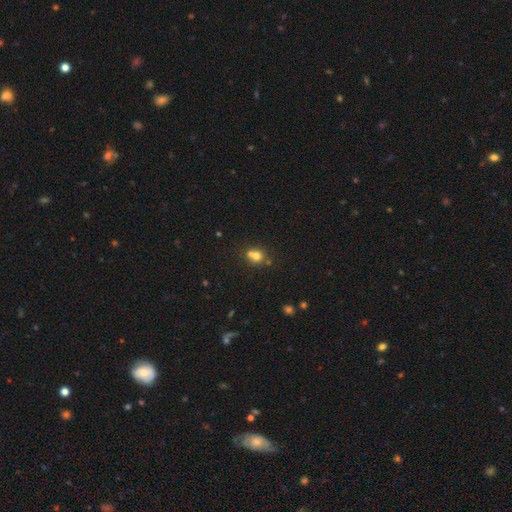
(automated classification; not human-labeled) This is likely a smooth galaxy (70%). How rounded: likely round (77%). Merging: possibly merger (48%).